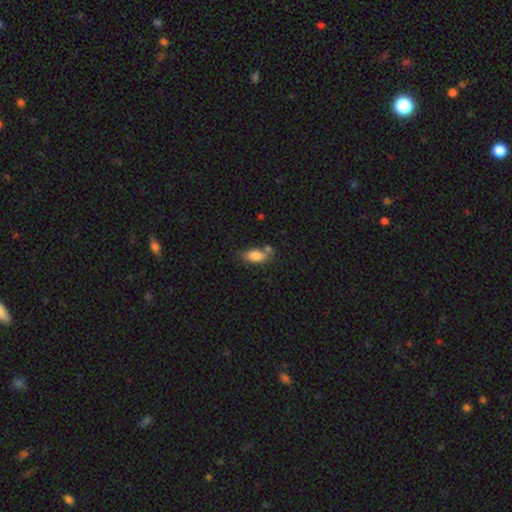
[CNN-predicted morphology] This appears to be a smooth galaxy with no disk features (80%) that is in between round and cigar-shaped (83%). Merging: none (59%).